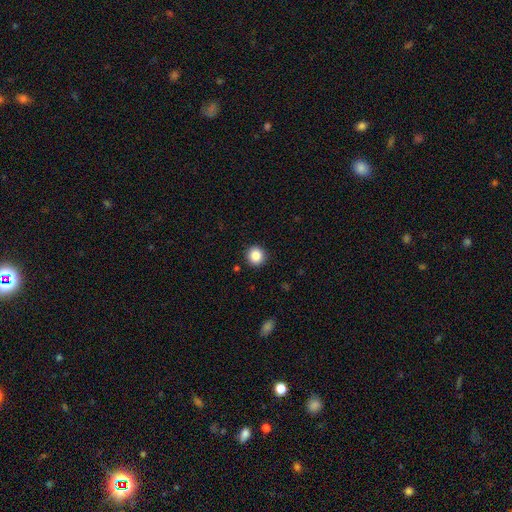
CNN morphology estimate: Smooth or featured? smooth (86%)
How rounded? round (94%)
Merging? none (92%)